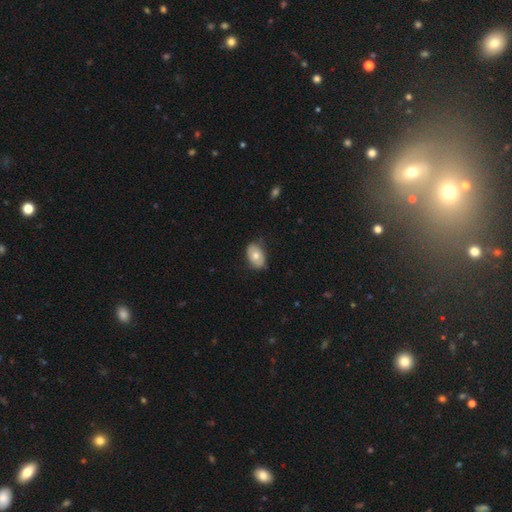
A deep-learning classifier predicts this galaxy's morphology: Smooth or featured: smooth — 68% (featured or disk — 26%)
How rounded: in between — 87% (round — 12%)
Merging: none — 72% (minor disturbance — 23%)